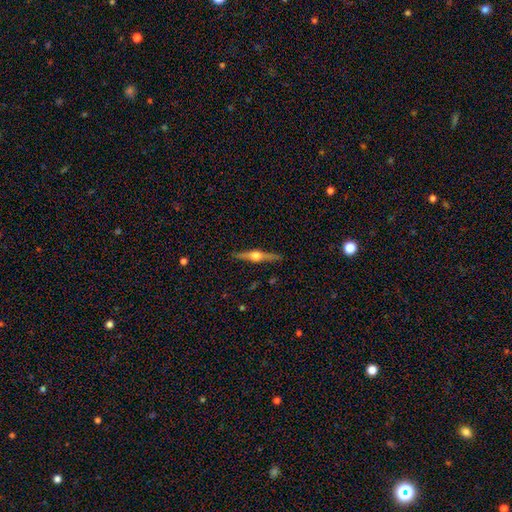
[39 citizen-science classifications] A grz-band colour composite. It shows a featured or disk galaxy (74%) viewed edge-on (97%) with a rounded central bulge (96%). Merging: none (94%).